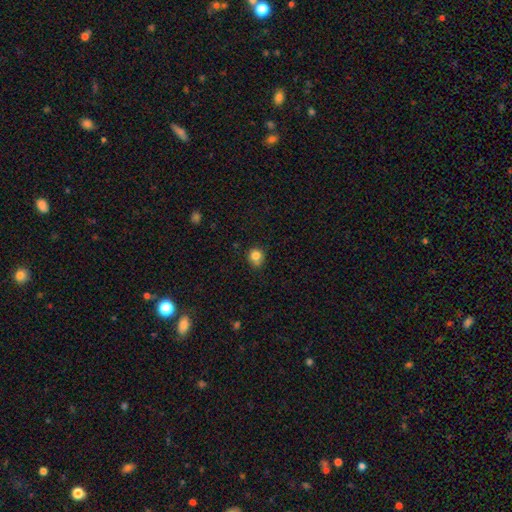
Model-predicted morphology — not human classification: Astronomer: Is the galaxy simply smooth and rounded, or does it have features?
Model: smooth — 82%.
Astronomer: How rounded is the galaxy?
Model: round — 77%.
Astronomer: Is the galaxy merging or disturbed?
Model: none — 63%.